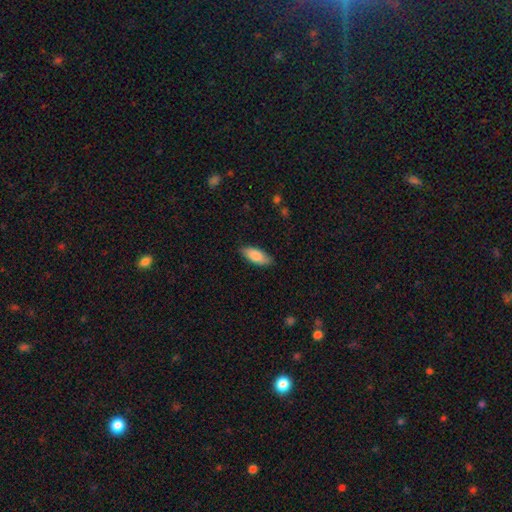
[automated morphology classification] Overall: smooth (84%). How rounded: in between (82%). Merging: none (84%).